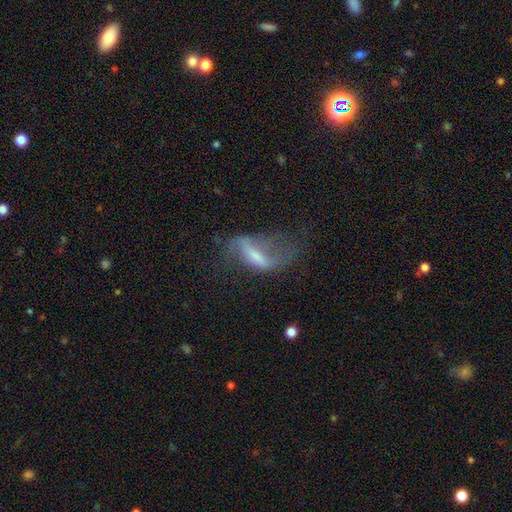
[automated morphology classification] Smooth or featured?
  - featured or disk: 61% *
  - smooth: 30%
  - star or artifact: 9%
Edge-on disk?
  - no: 88% *
  - yes: 12%
Bar?
  - strong: 42% *
  - weak: 36%
  - no: 22%
Spiral arms?
  - yes: 69% *
  - no: 31%
Bulge size?
  - small: 36% *
  - moderate: 30%
  - none: 23%
  - large: 8%
  - dominant: 2%
Merging?
  - major disturbance: 43% *
  - none: 32%
  - minor disturbance: 22%
  - merger: 3%